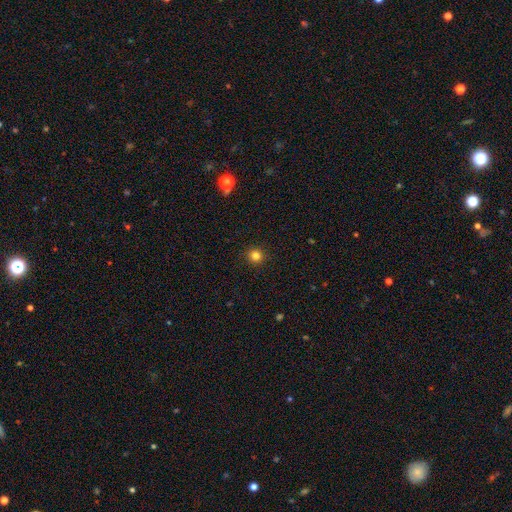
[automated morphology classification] smooth 82%, star or artifact 14%, featured or disk 5%. Down the decision tree: how rounded — round (94%); merging — none (92%).